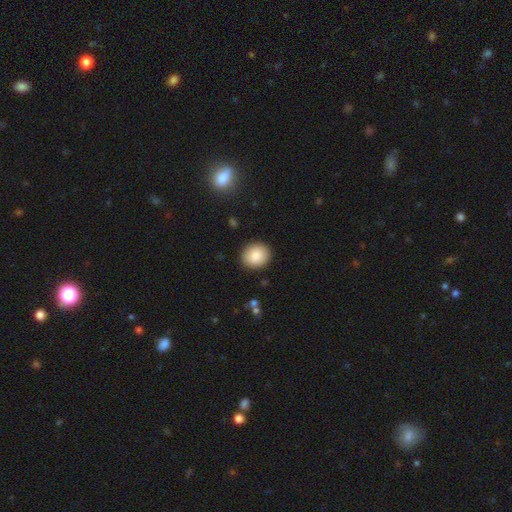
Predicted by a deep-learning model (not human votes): smooth 88%, star or artifact 8%, featured or disk 5%. Down the decision tree: how rounded — round (78%); merging — none (90%).